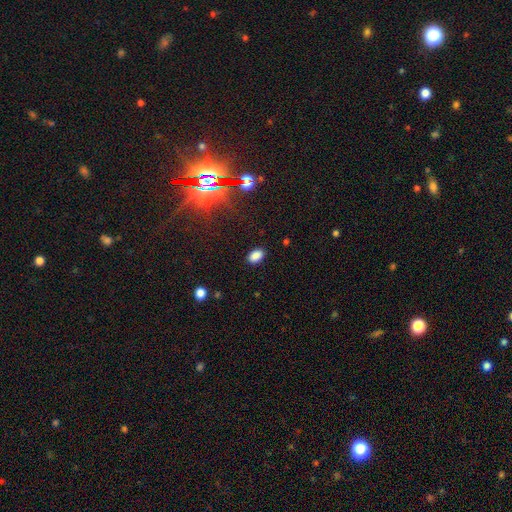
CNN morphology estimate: Smooth or featured? Predicted: smooth (p=0.83). How rounded? Predicted: in between (p=0.90). Merging? Predicted: none (p=0.87).